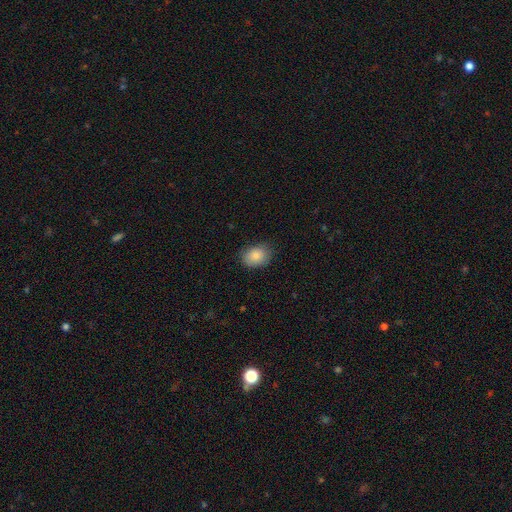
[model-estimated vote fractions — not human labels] Overall: smooth (87%). How rounded: in between (72%). Merging: none (81%).